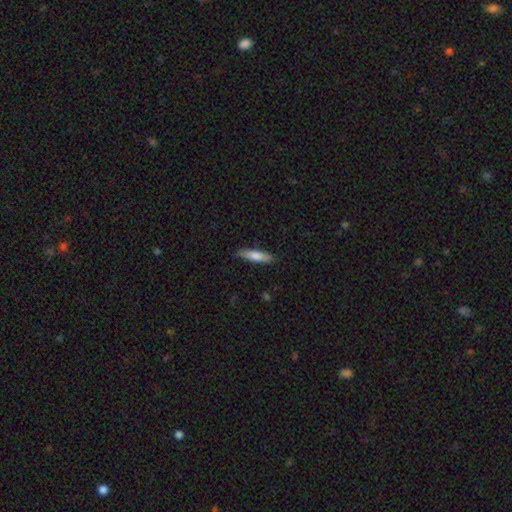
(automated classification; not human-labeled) Overall: smooth (75%). How rounded: cigar-shaped (76%). Merging: none (84%).